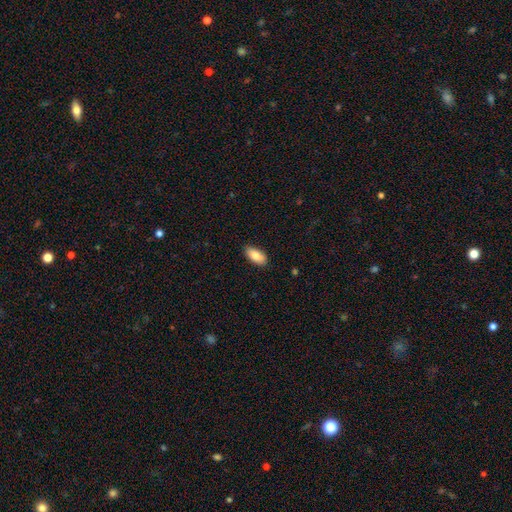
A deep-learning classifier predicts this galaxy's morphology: Smooth or featured? smooth (85%)
How rounded? in between (92%)
Merging? none (88%)